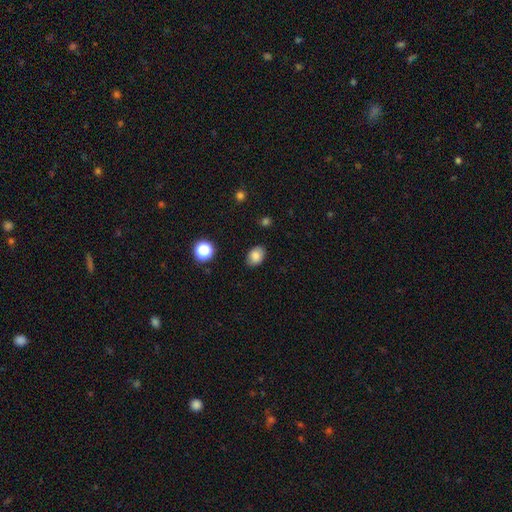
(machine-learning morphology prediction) Overall: smooth (83%). How rounded: in between (71%). Merging: none (85%).